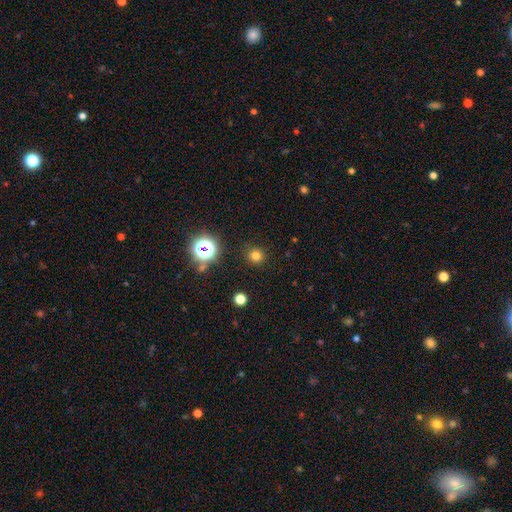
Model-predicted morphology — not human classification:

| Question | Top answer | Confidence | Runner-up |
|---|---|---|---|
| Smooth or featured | smooth | 75% | star or artifact (20%) |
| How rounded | round | 92% | in between (7%) |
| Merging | none | 90% | minor disturbance (6%) |